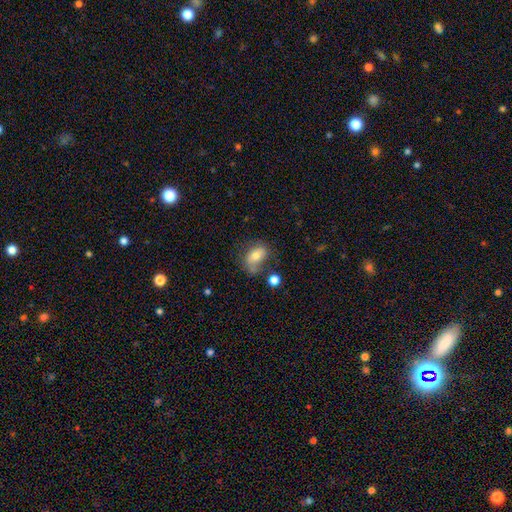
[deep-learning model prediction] The model was most divided on "merging": none: 46%, minor disturbance: 26%, major disturbance: 15%, merger: 13%. More confident: how rounded — in between (84%); smooth or featured — smooth (72%).